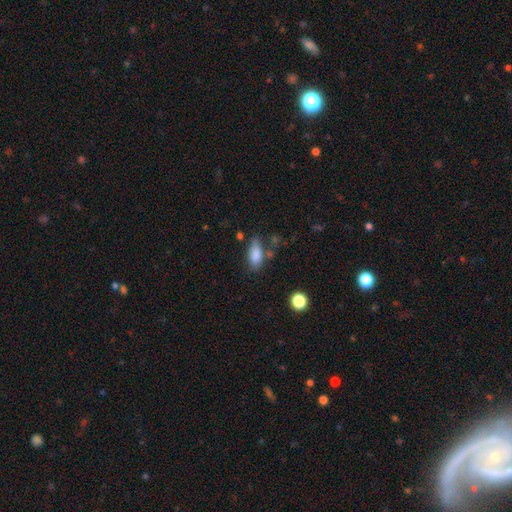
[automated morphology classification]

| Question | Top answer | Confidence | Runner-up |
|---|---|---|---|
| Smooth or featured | smooth | 83% | star or artifact (8%) |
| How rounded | in between | 82% | cigar-shaped (14%) |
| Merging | none | 61% | minor disturbance (23%) |